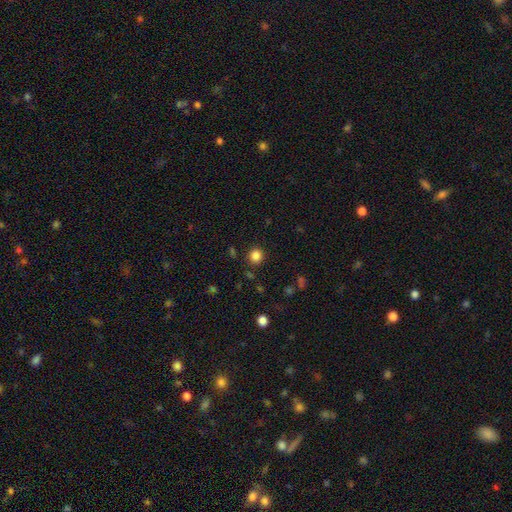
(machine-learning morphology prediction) A smooth galaxy with no disk features (84%) that is round (87%). Merging: none (89%).